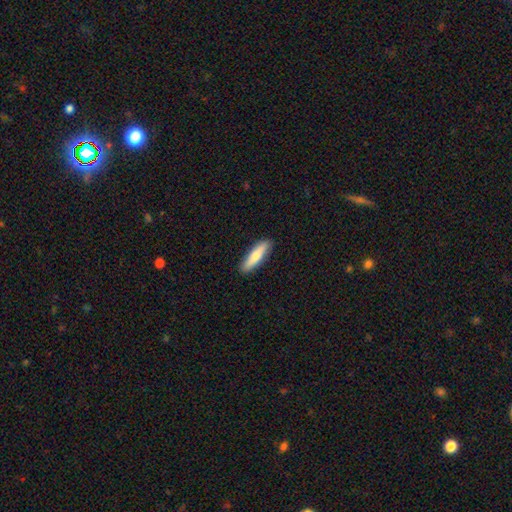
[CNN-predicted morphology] The model was most divided on "how rounded": cigar-shaped: 74%, in between: 24%, round: 2%. More confident: merging — none (90%); smooth or featured — smooth (73%).